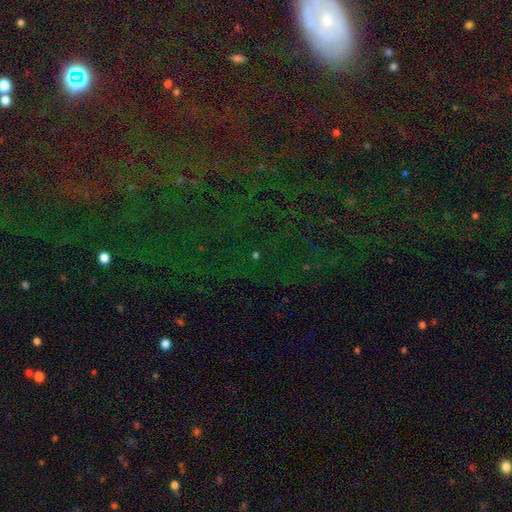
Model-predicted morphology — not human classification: This is likely a star or artifact rather than a galaxy (77%).